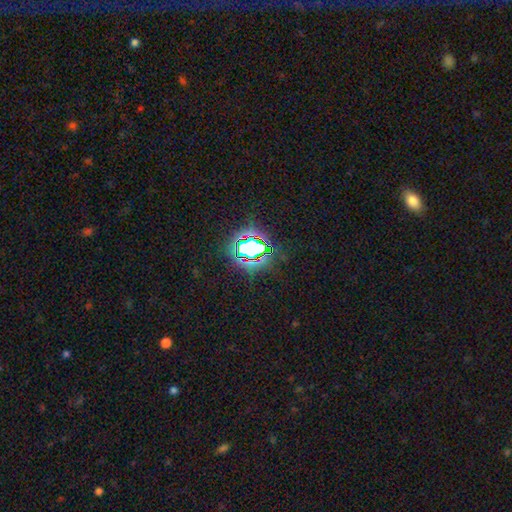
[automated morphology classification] smooth_or_featured: star or artifact (p=0.71) [alt: smooth p=0.18]